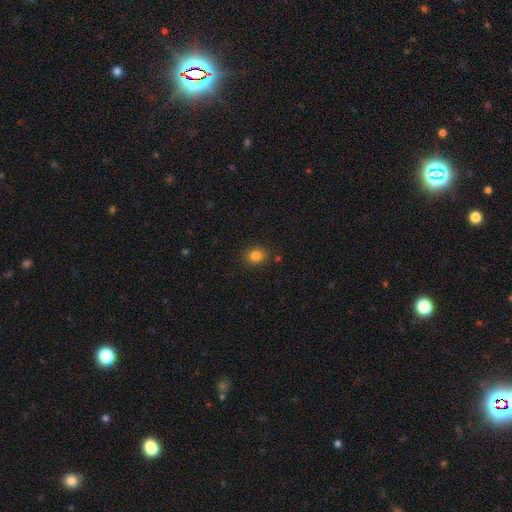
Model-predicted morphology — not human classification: This appears to be a smooth galaxy with no disk features (83%) that is round (65%). Merging: none (85%).